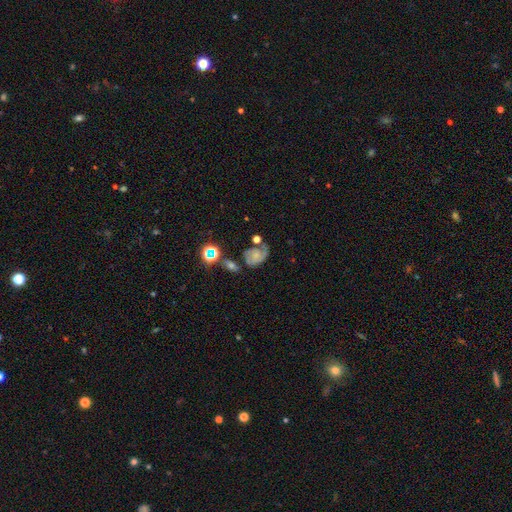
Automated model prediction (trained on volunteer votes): A featured or disk galaxy (58%) with no bar (76%), spiral arms (84%) and a small central bulge (50%). Merging: none (36%).